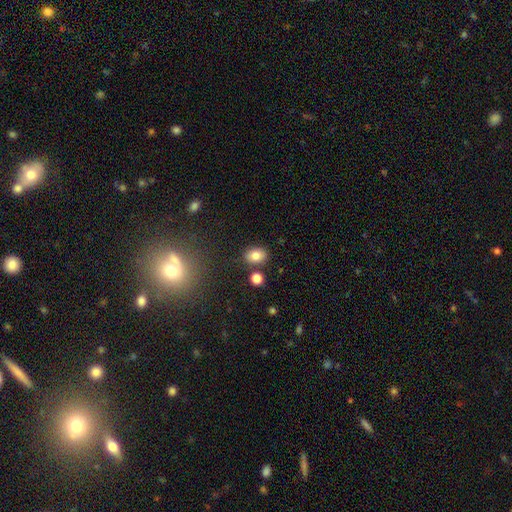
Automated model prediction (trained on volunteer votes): Smooth or featured?
  - smooth: 81% *
  - star or artifact: 11%
  - featured or disk: 8%
How rounded?
  - in between: 63% *
  - round: 36%
  - cigar-shaped: 1%
Merging?
  - none: 80% *
  - minor disturbance: 10%
  - merger: 7%
  - major disturbance: 3%